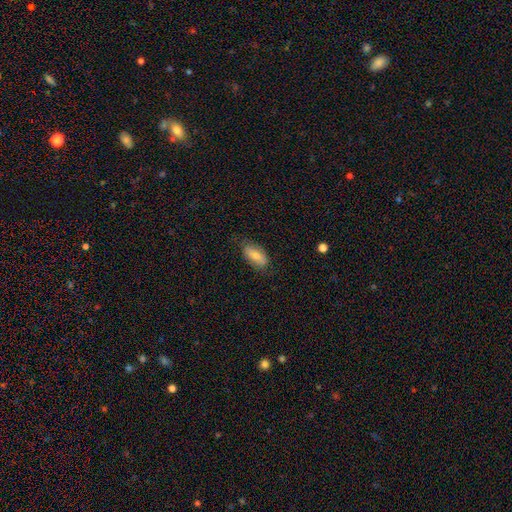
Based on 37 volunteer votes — Volunteers were most divided on "smooth or featured": smooth: 73%, featured or disk: 22%, star or artifact: 5%. More confident: how rounded — in between (89%); merging — none (74%).